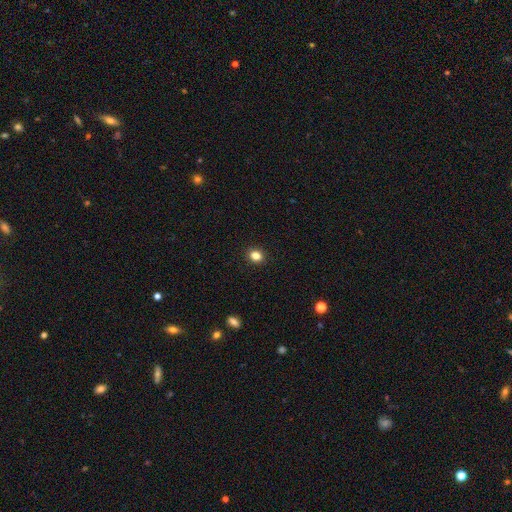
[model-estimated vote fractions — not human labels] smooth_or_featured: smooth (p=0.83) [alt: star or artifact p=0.12]
how_rounded: round (p=0.70) [alt: in between p=0.29]
merging: none (p=0.92) [alt: minor disturbance p=0.06]